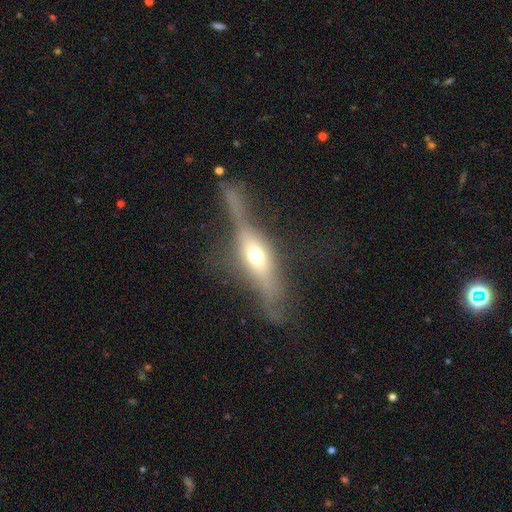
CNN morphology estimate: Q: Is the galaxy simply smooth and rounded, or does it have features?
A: featured or disk — 69%.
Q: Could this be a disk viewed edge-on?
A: yes — 89%.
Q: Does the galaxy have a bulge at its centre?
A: rounded — 91%.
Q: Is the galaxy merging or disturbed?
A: none — 65%.